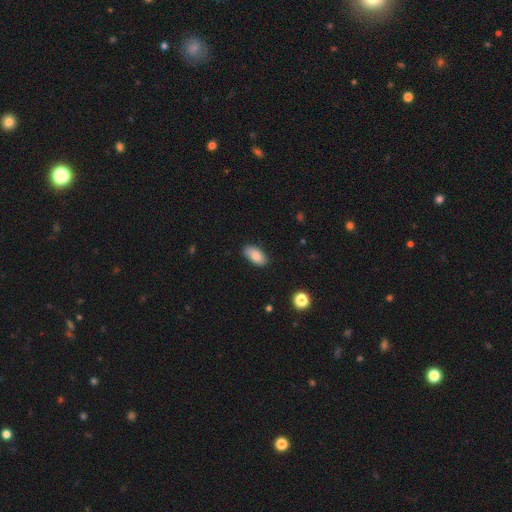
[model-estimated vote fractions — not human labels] Morphology: type=smooth (85%); roundness=in between (92%); merging=none (85%).